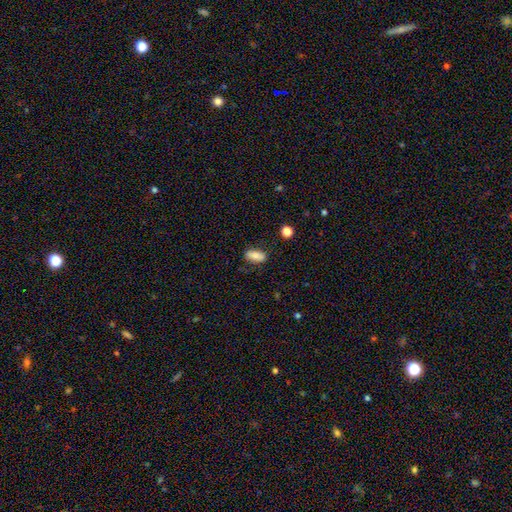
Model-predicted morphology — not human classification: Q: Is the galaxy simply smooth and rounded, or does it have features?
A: smooth — 80%.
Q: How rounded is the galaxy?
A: in between — 82%.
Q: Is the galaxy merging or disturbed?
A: none — 79%.